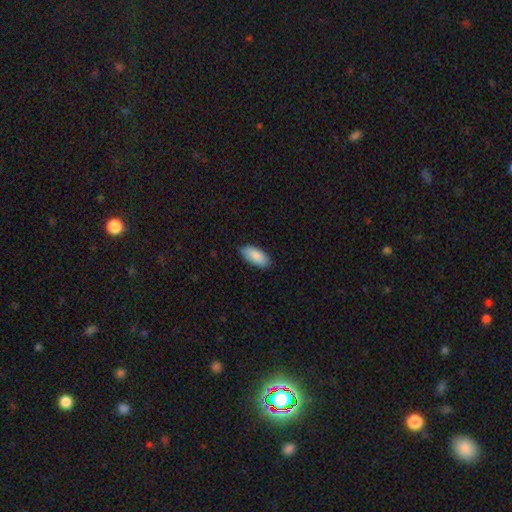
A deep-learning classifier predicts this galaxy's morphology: Q: Smooth or featured?
A: smooth (89%); runner-up: featured or disk (6%)
Q: How rounded?
A: in between (89%); runner-up: cigar-shaped (9%)
Q: Merging?
A: none (85%); runner-up: minor disturbance (12%)